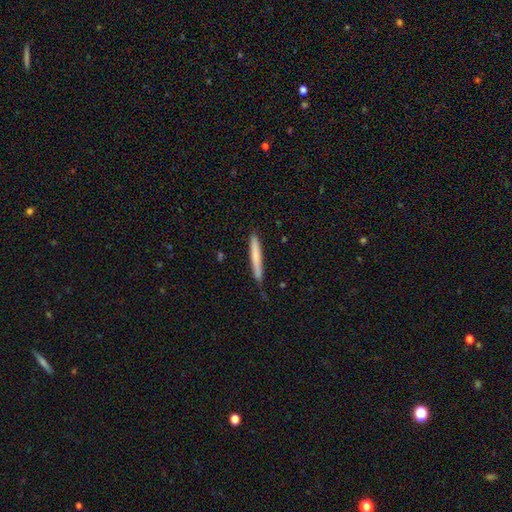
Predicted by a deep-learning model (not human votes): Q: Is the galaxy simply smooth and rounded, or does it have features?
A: smooth — 71%.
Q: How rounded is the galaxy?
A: cigar-shaped — 96%.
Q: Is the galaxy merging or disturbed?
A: none — 81%.